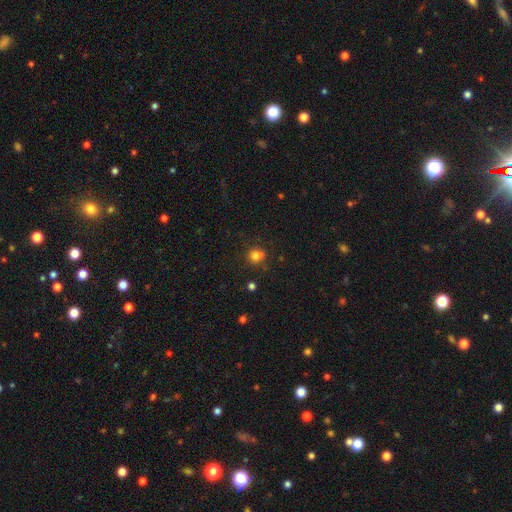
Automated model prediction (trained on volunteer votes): Smooth or featured? smooth (79%)
How rounded? round (87%)
Merging? none (72%)